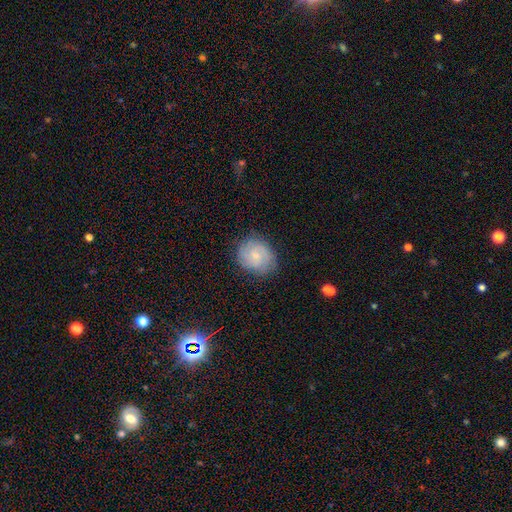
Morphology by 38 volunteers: featured or disk 58%, smooth 34%, star or artifact 8%. Down the decision tree: edge-on disk — no (100%); bar — no (73%); spiral arms — yes (95%); spiral arm count — can't tell (48%); spiral winding — tight (81%); bulge size — small (82%); merging — none (83%).